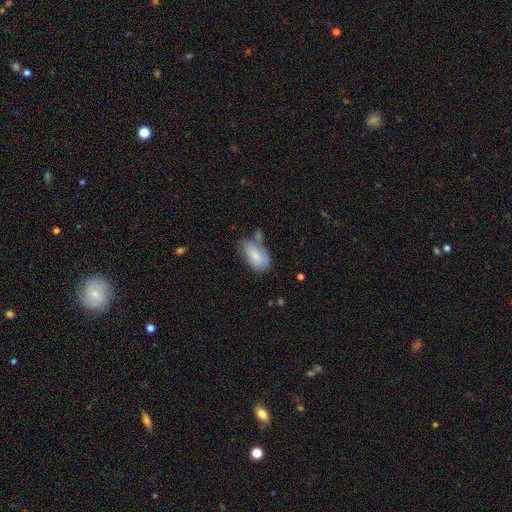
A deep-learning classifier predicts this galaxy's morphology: type=smooth (77%); roundness=in between (93%); merging=none (41%).